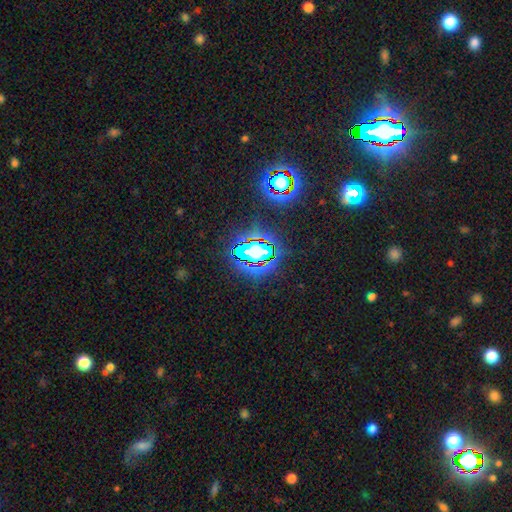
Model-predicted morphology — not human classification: Smooth or featured: star or artifact — 81% (smooth — 12%)